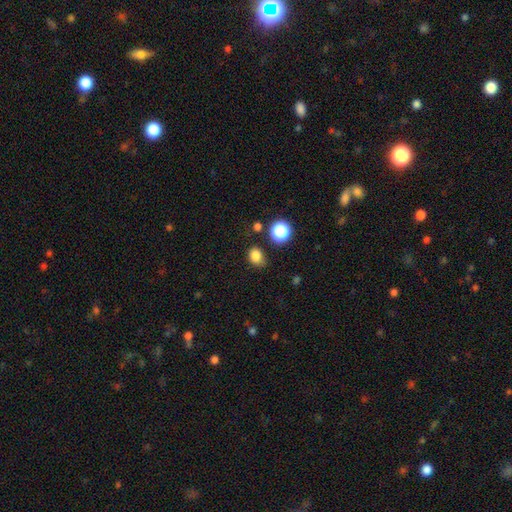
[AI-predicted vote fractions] smooth-or-featured: smooth: 82% | star or artifact: 14% | featured or disk: 5%
  how-rounded: round: 56% | in between: 43% | cigar-shaped: 1%
  merging: none: 73% | minor disturbance: 19% | major disturbance: 5% | merger: 4%